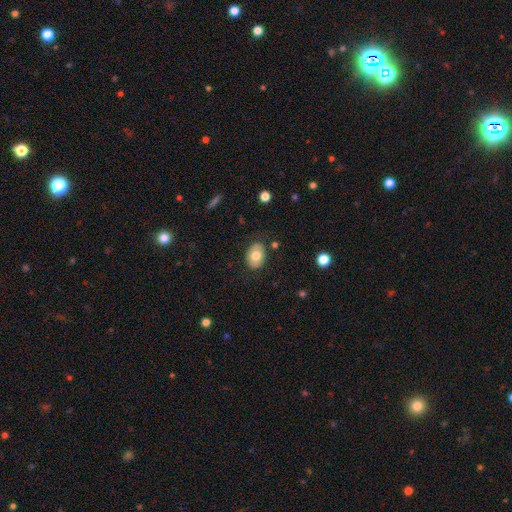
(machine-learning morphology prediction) This appears to be a smooth galaxy with no disk features (71%) that is in between round and cigar-shaped (72%). Merging: none (82%).